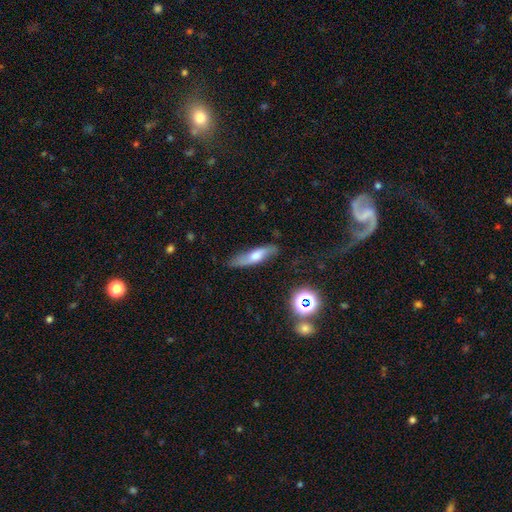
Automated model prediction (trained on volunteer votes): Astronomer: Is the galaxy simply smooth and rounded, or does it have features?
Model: smooth — 51% (runner-up: featured or disk, 41%).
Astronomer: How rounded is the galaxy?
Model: cigar-shaped — 73%.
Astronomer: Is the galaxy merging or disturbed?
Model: none — 77%.